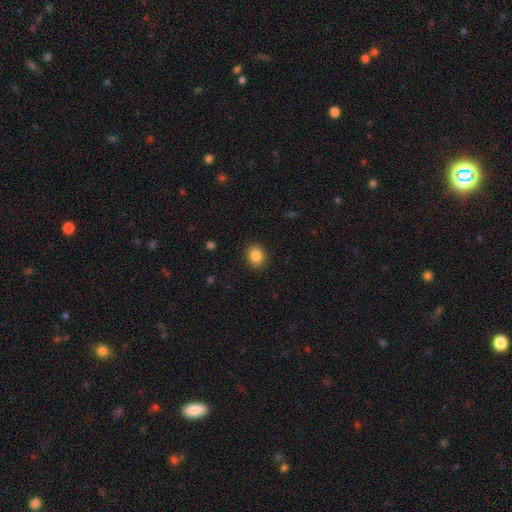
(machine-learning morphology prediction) smooth-or-featured: smooth: 85% | star or artifact: 9% | featured or disk: 5%
  how-rounded: round: 59% | in between: 40% | cigar-shaped: 1%
  merging: none: 90% | minor disturbance: 7% | major disturbance: 2% | merger: 1%